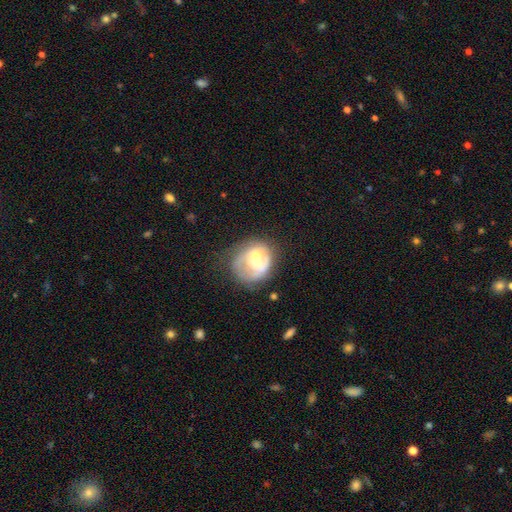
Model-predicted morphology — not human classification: A featured or disk galaxy (52%) with no bar (83%), no spiral arms (70%) and a moderate central bulge (48%). Merging: none (34%).